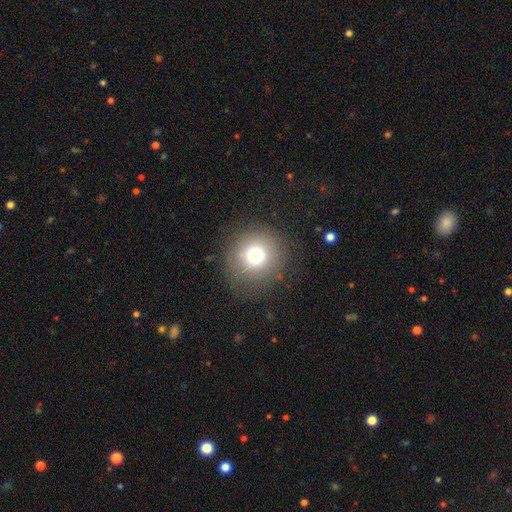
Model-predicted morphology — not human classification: Overall: smooth (74%). How rounded: round (93%). Merging: none (85%).